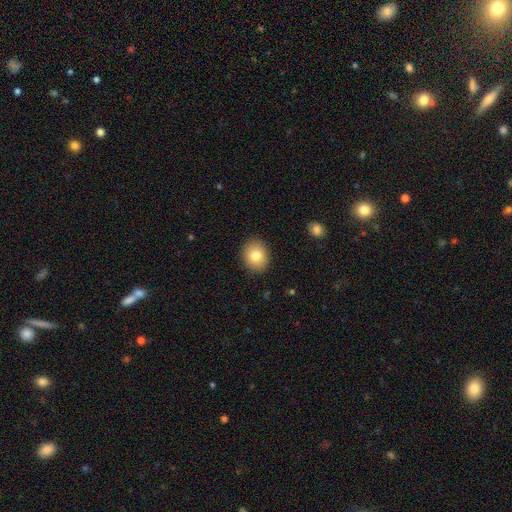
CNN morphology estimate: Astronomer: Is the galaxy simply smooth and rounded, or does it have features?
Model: smooth — 81%.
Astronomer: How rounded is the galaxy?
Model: round — 62%.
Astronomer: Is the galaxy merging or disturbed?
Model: none — 89%.